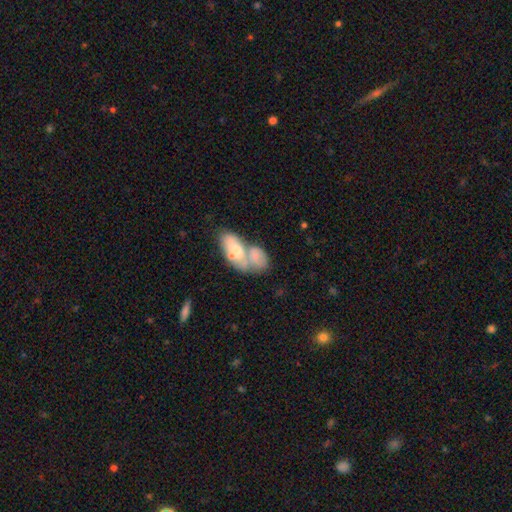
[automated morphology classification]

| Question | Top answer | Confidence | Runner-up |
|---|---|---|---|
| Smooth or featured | smooth | 59% | featured or disk (33%) |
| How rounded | in between | 89% | round (7%) |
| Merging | merger | 67% | none (15%) |